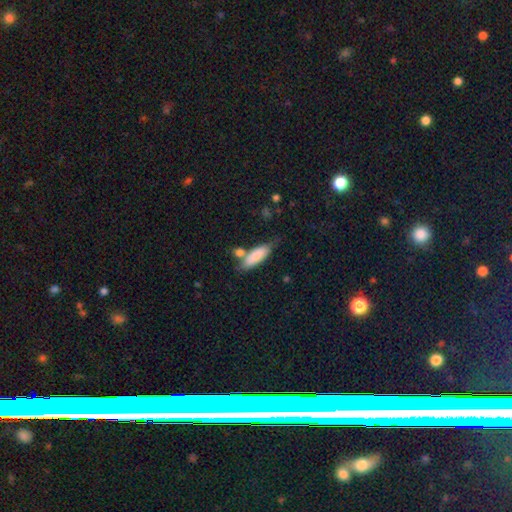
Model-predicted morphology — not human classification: Smooth or featured? Predicted: smooth (p=0.82). How rounded? Predicted: in between (p=0.59). Merging? Predicted: none (p=0.54).